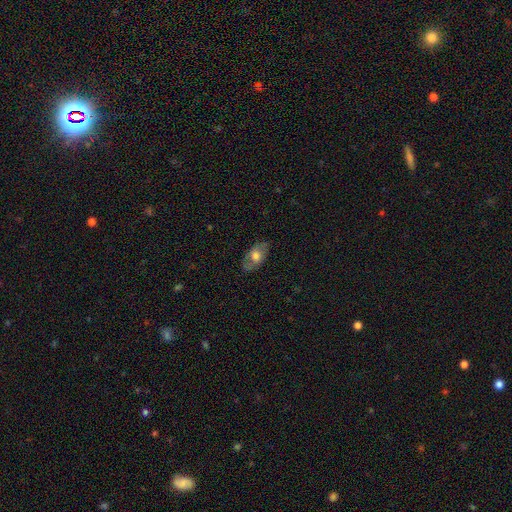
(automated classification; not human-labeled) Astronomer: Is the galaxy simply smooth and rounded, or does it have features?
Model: smooth — 58% (runner-up: featured or disk, 34%).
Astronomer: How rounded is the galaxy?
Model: in between — 90%.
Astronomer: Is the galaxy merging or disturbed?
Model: none — 77%.